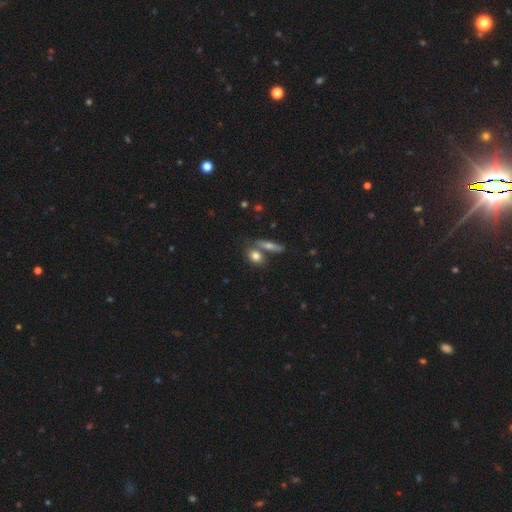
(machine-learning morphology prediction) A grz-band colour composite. It shows a smooth galaxy with no disk features (78%) that is in between round and cigar-shaped (54%). Merging: none (54%).